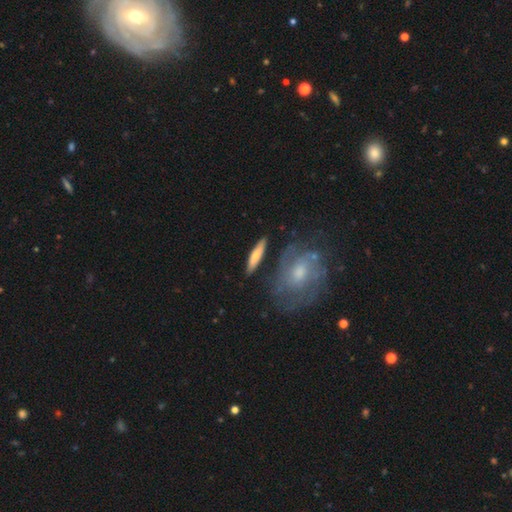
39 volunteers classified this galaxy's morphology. Q: Smooth or featured?
A: smooth (59%); runner-up: featured or disk (41%)
Q: How rounded?
A: cigar-shaped (70%); runner-up: in between (30%)
Q: Merging?
A: none (87%); runner-up: minor disturbance (8%)